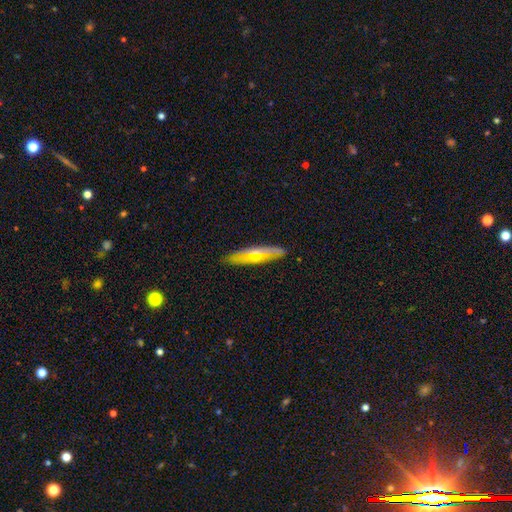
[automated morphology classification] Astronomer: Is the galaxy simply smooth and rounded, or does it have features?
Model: smooth — 48% (runner-up: featured or disk, 41%).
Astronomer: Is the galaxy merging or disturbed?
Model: none — 87%.